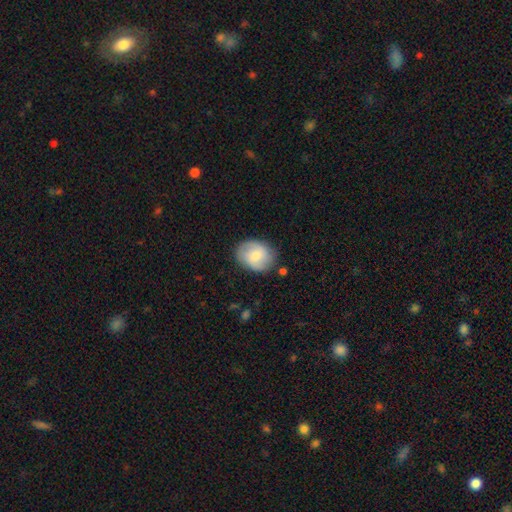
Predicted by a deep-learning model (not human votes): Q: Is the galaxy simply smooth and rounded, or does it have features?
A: smooth — 57%.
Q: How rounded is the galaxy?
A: in between — 54%.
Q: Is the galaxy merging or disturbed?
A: none — 78%.